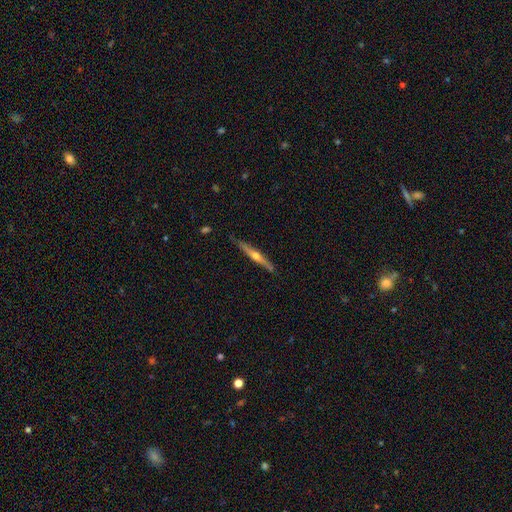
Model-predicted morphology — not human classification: Q: Smooth or featured?
A: featured or disk (74%); runner-up: smooth (21%)
Q: Edge-on disk?
A: yes (97%); runner-up: no (3%)
Q: Edge-on bulge?
A: rounded (92%); runner-up: none (5%)
Q: Merging?
A: none (86%); runner-up: minor disturbance (11%)